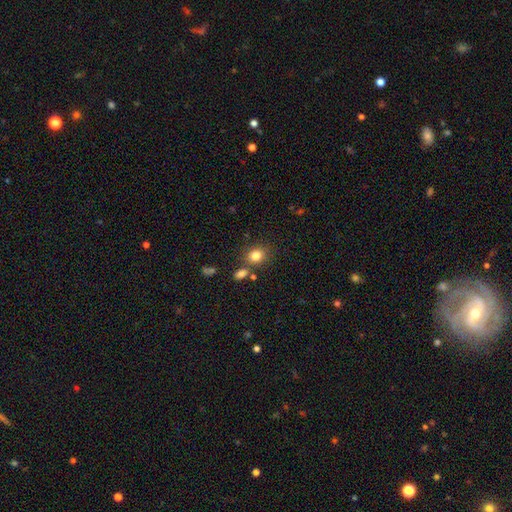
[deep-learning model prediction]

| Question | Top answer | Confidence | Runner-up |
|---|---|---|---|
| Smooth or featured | smooth | 82% | star or artifact (12%) |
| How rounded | round | 69% | in between (30%) |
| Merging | none | 72% | merger (13%) |